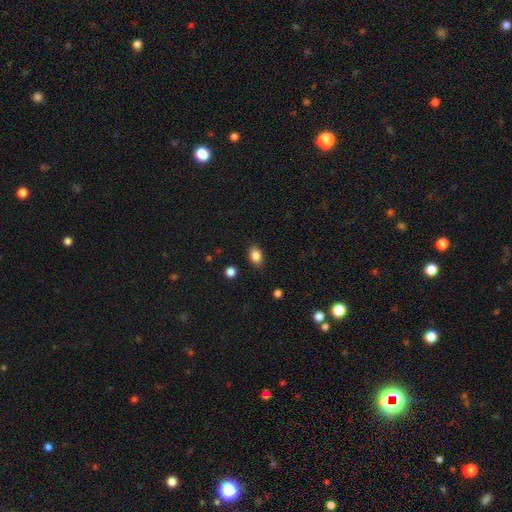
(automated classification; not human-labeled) This appears to be a smooth galaxy with no disk features (86%) that is in between round and cigar-shaped (75%). Merging: none (87%).